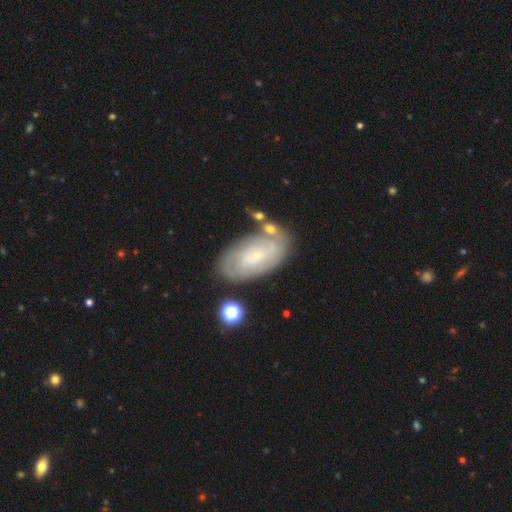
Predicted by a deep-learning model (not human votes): featured or disk 71%, smooth 23%, star or artifact 7%. Down the decision tree: edge-on disk — no (94%); bar — no (58%); spiral arms — yes (84%); spiral arm count — can't tell (49%); spiral winding — tight (66%); bulge size — small (82%); merging — none (67%).